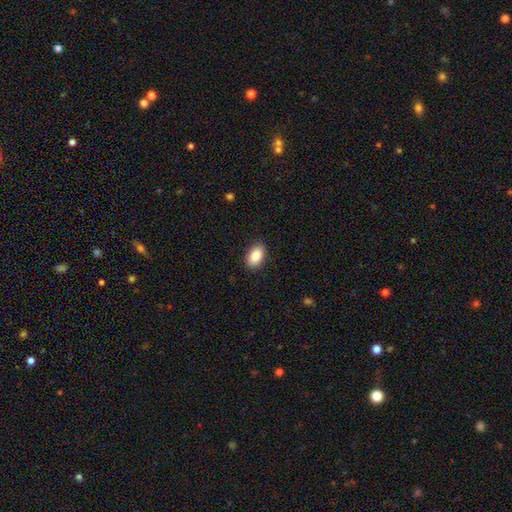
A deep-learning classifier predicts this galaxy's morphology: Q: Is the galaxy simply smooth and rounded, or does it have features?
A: smooth — 87%.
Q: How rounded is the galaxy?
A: in between — 92%.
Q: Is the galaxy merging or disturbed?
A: none — 89%.